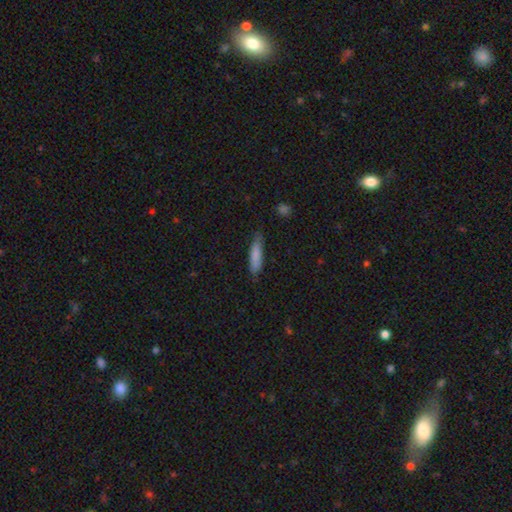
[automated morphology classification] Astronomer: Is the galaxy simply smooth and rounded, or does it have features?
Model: smooth — 81%.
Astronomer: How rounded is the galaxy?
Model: cigar-shaped — 73%.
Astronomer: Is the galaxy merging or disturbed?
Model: none — 75%.